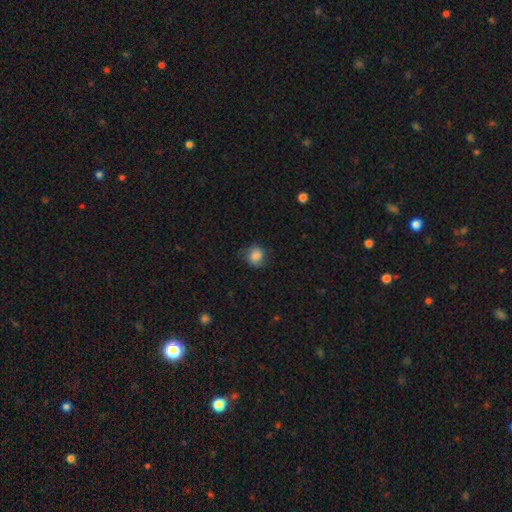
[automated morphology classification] Smooth or featured?
  - smooth: 81% *
  - featured or disk: 9%
  - star or artifact: 9%
How rounded?
  - round: 79% *
  - in between: 20%
  - cigar-shaped: 1%
Merging?
  - none: 71% *
  - minor disturbance: 21%
  - major disturbance: 6%
  - merger: 1%